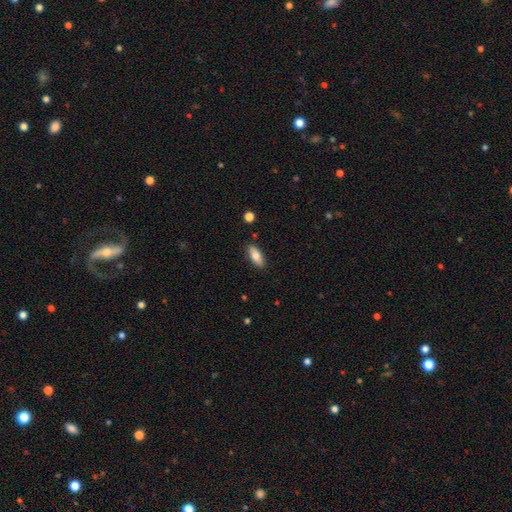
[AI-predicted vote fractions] Overall: smooth (76%). How rounded: in between (80%). Merging: none (86%).